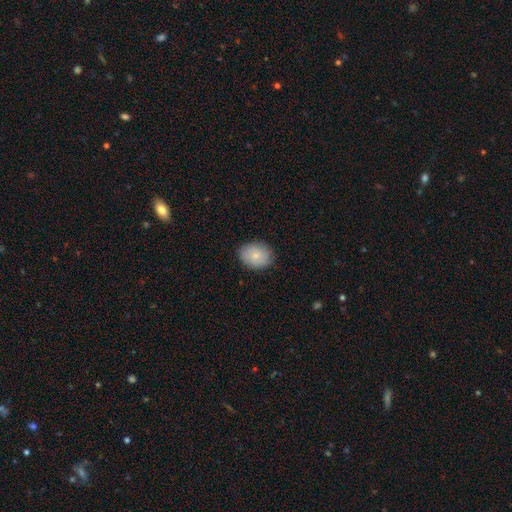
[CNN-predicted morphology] The model was most divided on "how rounded": in between: 61%, round: 38%, cigar-shaped: 1%. More confident: merging — none (83%); smooth or featured — smooth (78%).